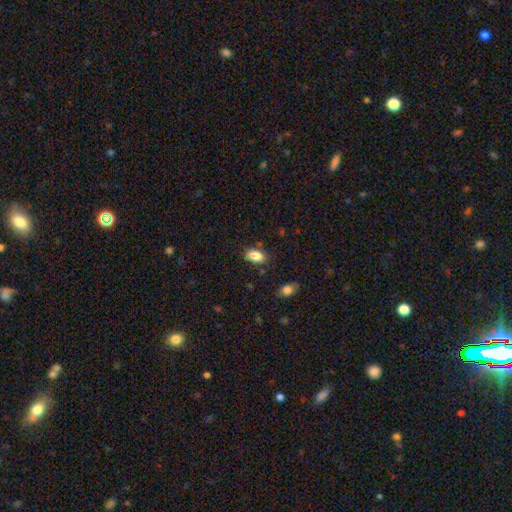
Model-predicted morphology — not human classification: smooth_or_featured: smooth (p=0.86) [alt: star or artifact p=0.08]
how_rounded: in between (p=0.90) [alt: round p=0.09]
merging: none (p=0.82) [alt: minor disturbance p=0.12]